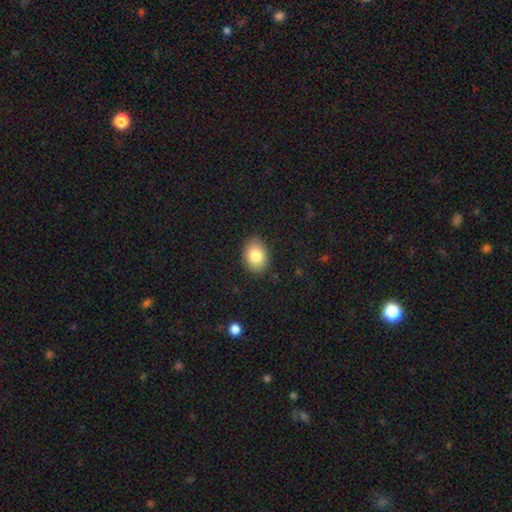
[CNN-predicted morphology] This is clearly a smooth galaxy (82%). How rounded: likely in between (74%). Merging: clearly none (87%).